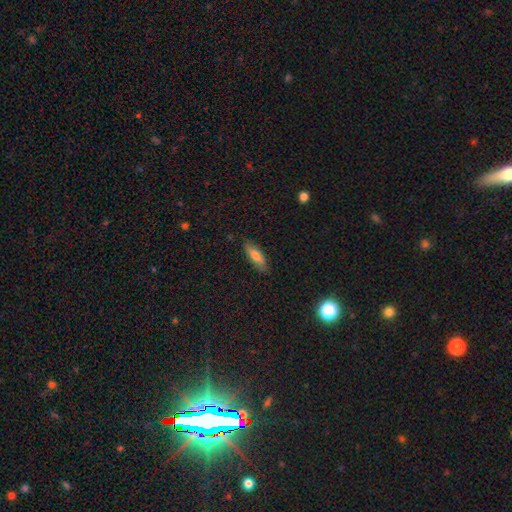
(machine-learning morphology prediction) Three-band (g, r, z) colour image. It shows a smooth galaxy with no disk features (71%) that is in between round and cigar-shaped (49%, tied with cigar-shaped). Merging: none (85%).